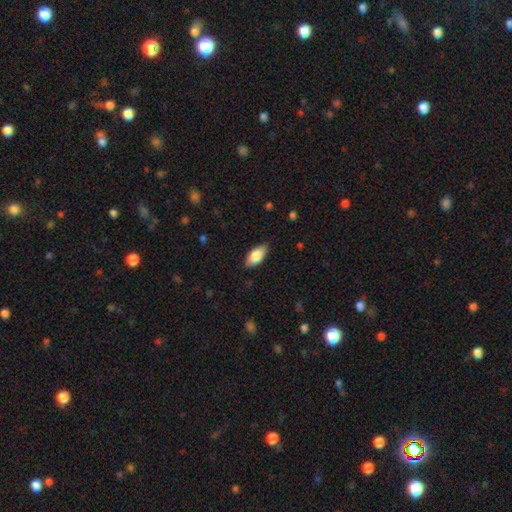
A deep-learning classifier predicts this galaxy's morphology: This appears to be a smooth galaxy with no disk features (82%) that is in between round and cigar-shaped (91%). Merging: none (85%).